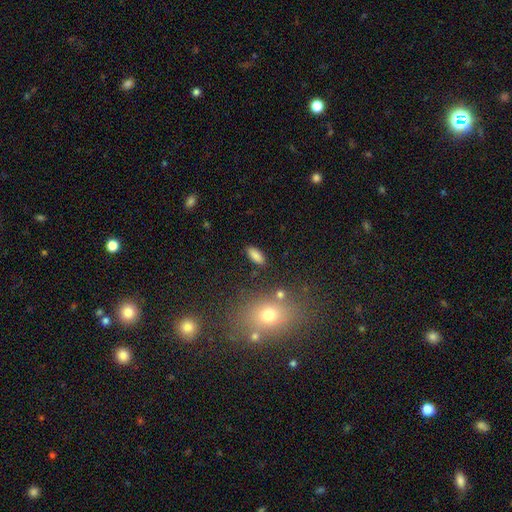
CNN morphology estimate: A smooth galaxy with no disk features (84%) that is in between round and cigar-shaped (81%).

Vote fractions:
- Smooth or featured? smooth: 84% / star or artifact: 9% / featured or disk: 7%
- How rounded? in between: 81% / cigar-shaped: 16% / round: 3%
- Merging? none: 85% / minor disturbance: 9% / merger: 3% / major disturbance: 3%